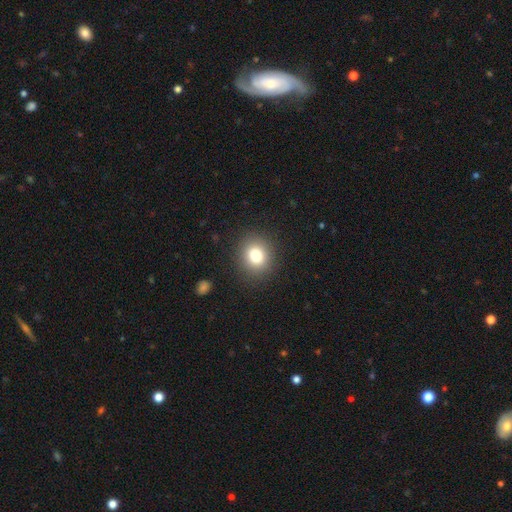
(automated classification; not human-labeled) This appears to be a smooth galaxy with no disk features (78%) that is round (80%). Merging: none (89%).